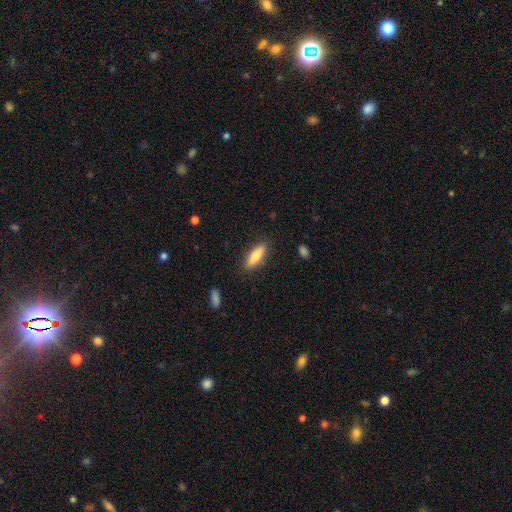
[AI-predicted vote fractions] Overall: smooth (72%). How rounded: cigar-shaped (59%; in between 39%). Merging: none (87%).